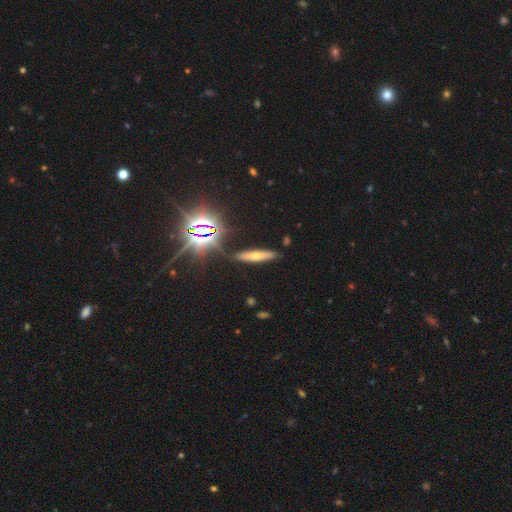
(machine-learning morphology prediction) Smooth or featured?
  - featured or disk: 37% *
  - star or artifact: 33%
  - smooth: 30%
Merging?
  - none: 85% *
  - minor disturbance: 10%
  - major disturbance: 3%
  - merger: 2%